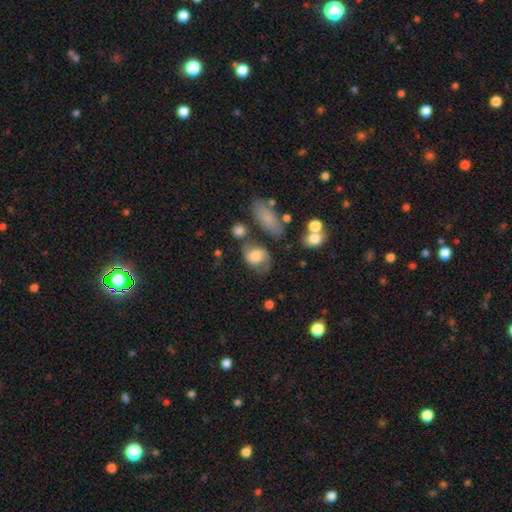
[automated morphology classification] A smooth galaxy with no disk features (50%) that is in between round and cigar-shaped (52%). Merging: none (47%).